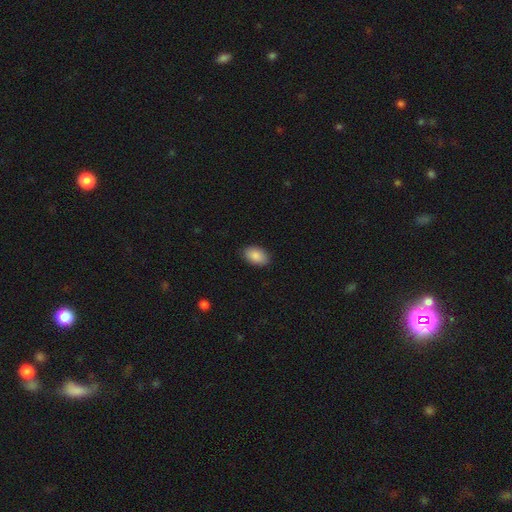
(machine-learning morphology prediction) Smooth or featured? smooth (88%)
How rounded? in between (91%)
Merging? none (89%)